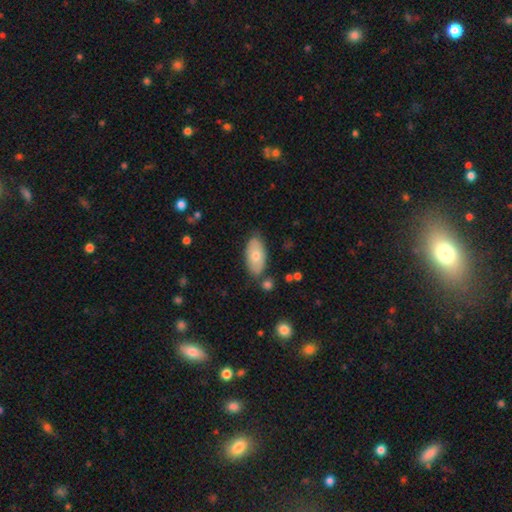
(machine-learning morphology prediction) Smooth or featured: smooth — 67% (featured or disk — 27%)
How rounded: in between — 93% (cigar-shaped — 4%)
Merging: none — 79% (minor disturbance — 14%)